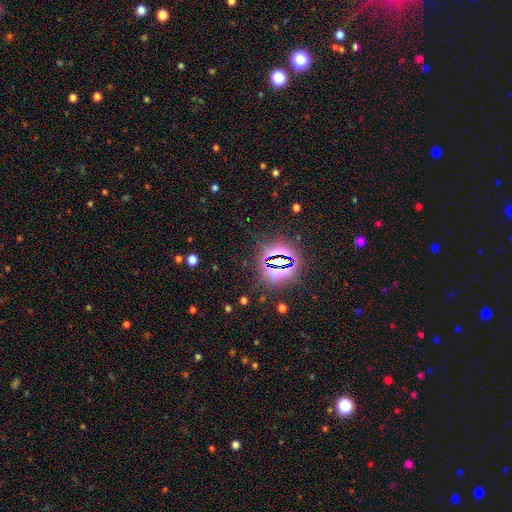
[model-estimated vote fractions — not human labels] Smooth or featured?
  - star or artifact: 83% *
  - smooth: 10%
  - featured or disk: 7%